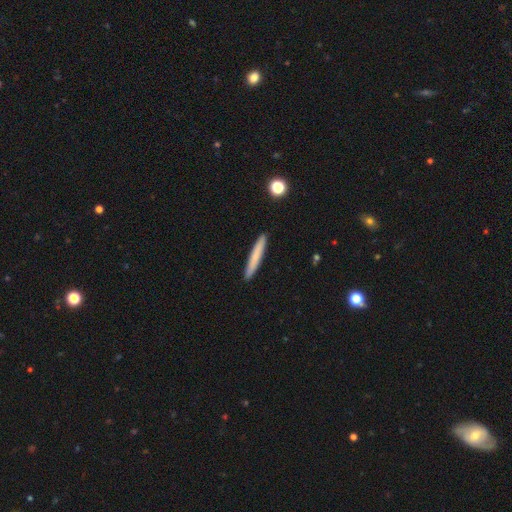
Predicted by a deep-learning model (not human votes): The model was most divided on "smooth or featured": smooth: 73%, featured or disk: 20%, star or artifact: 6%. More confident: how rounded — cigar-shaped (96%); merging — none (92%).